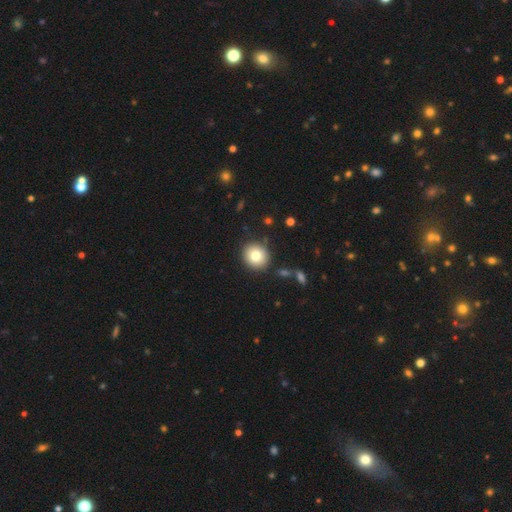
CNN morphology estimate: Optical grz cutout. It shows a smooth galaxy with no disk features (79%) that is round (86%). Merging: none (87%).